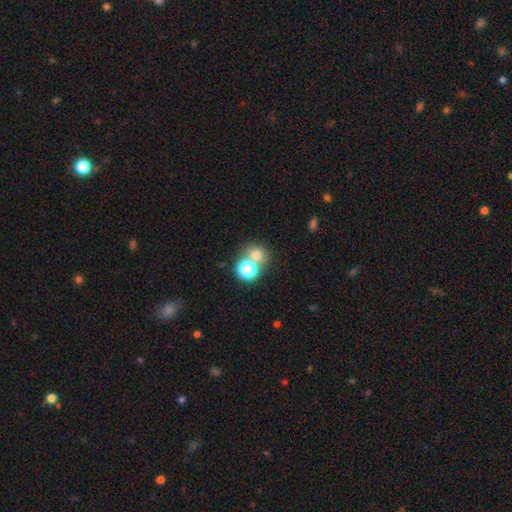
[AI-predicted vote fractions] Smooth or featured?
  - smooth: 69% *
  - star or artifact: 22%
  - featured or disk: 10%
How rounded?
  - round: 80% *
  - in between: 19%
  - cigar-shaped: 1%
Merging?
  - none: 55% *
  - merger: 33%
  - minor disturbance: 7%
  - major disturbance: 4%